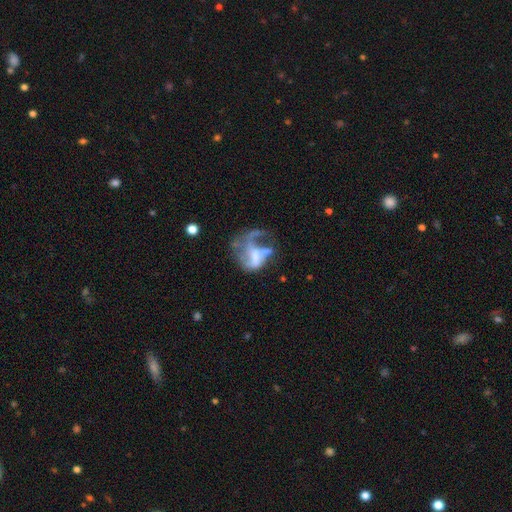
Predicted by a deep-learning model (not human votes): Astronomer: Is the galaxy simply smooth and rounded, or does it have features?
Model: featured or disk — 65%.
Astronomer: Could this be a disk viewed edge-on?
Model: no — 98%.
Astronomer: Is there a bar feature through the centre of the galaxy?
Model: no — 58%.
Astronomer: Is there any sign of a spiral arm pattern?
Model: no — 52% (runner-up: yes, 48%).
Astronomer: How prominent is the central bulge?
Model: none — 36% (runner-up: small, 29%).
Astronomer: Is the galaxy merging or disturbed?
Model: major disturbance — 51%.